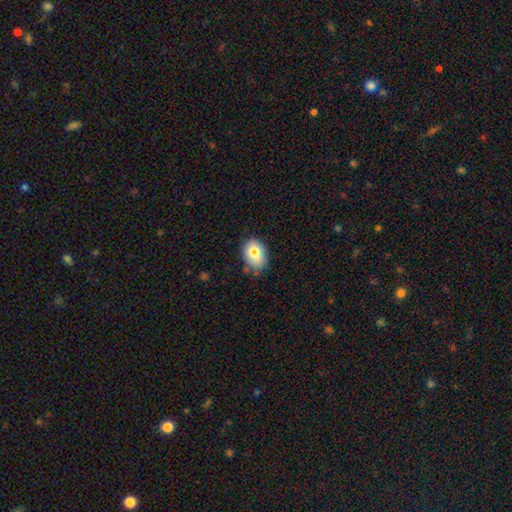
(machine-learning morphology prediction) type=smooth (76%); roundness=in between (64%); merging=none (71%).